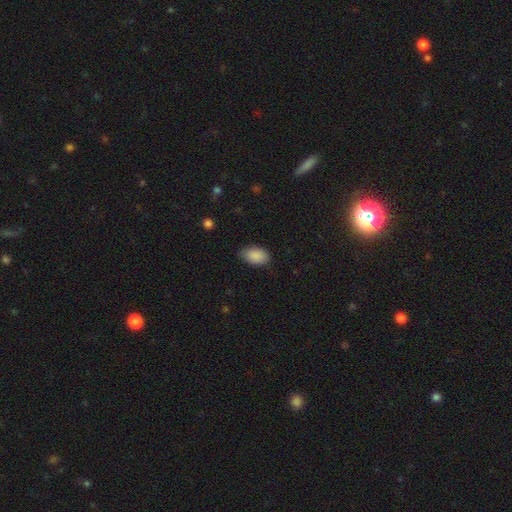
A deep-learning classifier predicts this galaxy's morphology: smooth_or_featured: smooth (p=0.89) [alt: star or artifact p=0.07]
how_rounded: in between (p=0.89) [alt: round p=0.09]
merging: none (p=0.77) [alt: minor disturbance p=0.18]